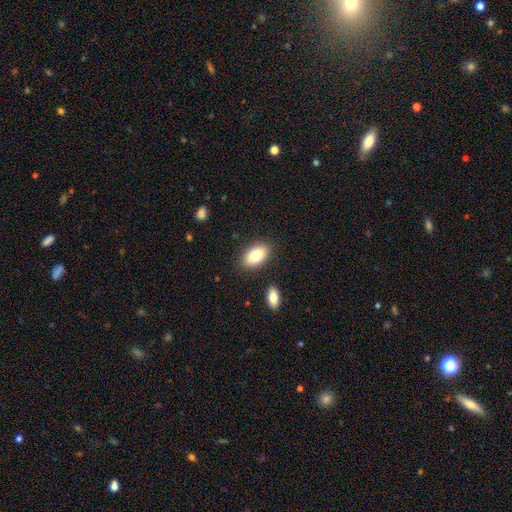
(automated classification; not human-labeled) Smooth or featured? Predicted: smooth (p=0.81). How rounded? Predicted: in between (p=0.93). Merging? Predicted: none (p=0.85).